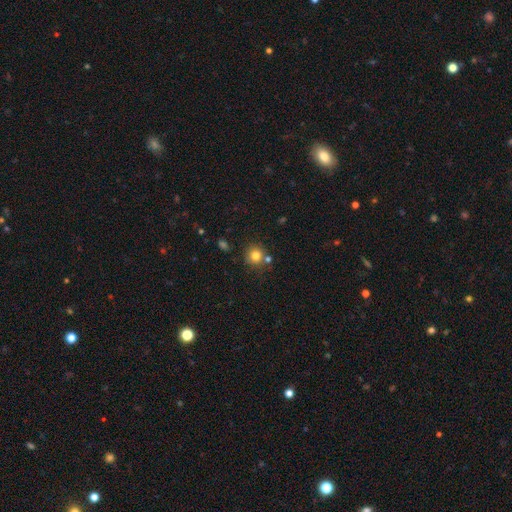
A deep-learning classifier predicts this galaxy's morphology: Smooth or featured? smooth (80%)
How rounded? round (90%)
Merging? none (74%)